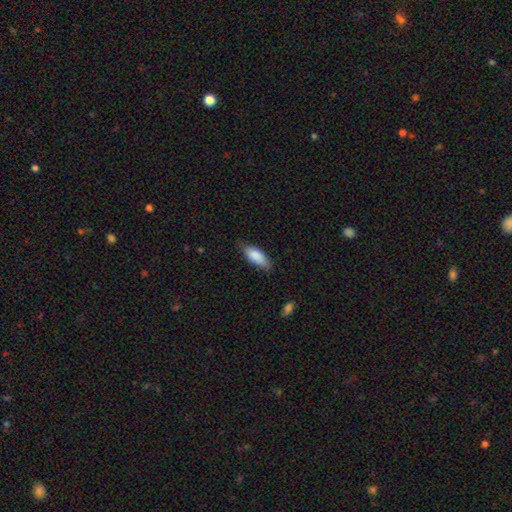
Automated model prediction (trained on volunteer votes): Smooth or featured? Predicted: smooth (p=0.85). How rounded? Predicted: in between (p=0.76). Merging? Predicted: none (p=0.69).